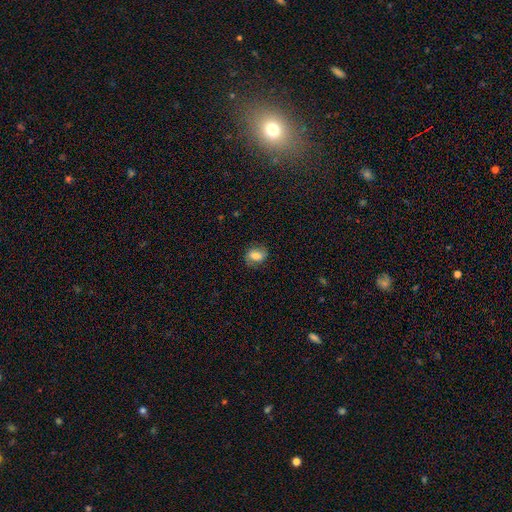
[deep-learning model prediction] Overall: smooth (62%; featured or disk 29%). How rounded: in between (66%; round 32%). Merging: none (76%).